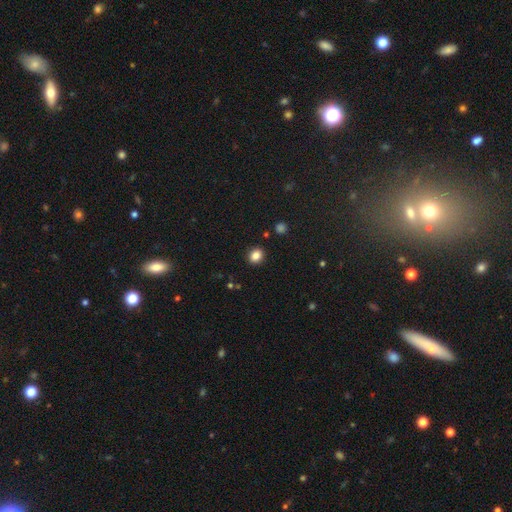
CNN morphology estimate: Smooth or featured? smooth (84%)
How rounded? round (64%)
Merging? none (89%)